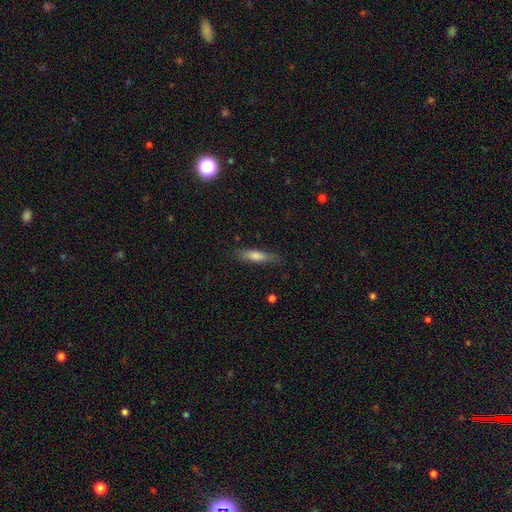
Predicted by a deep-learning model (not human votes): Q: Smooth or featured?
A: smooth (59%); runner-up: featured or disk (32%)
Q: How rounded?
A: cigar-shaped (78%); runner-up: in between (20%)
Q: Merging?
A: none (80%); runner-up: minor disturbance (15%)